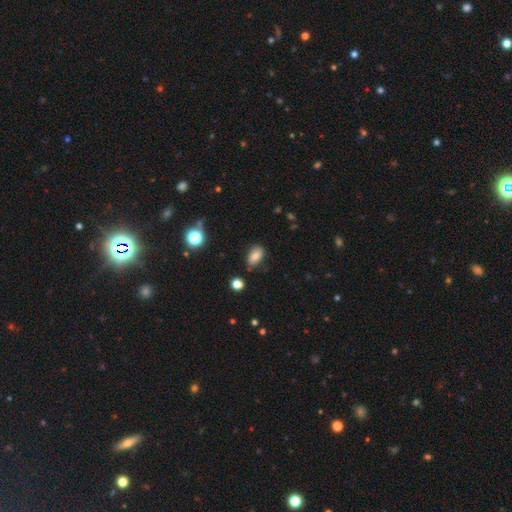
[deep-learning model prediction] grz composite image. It shows a smooth galaxy with no disk features (81%) that is in between round and cigar-shaped (87%). Merging: none (78%).